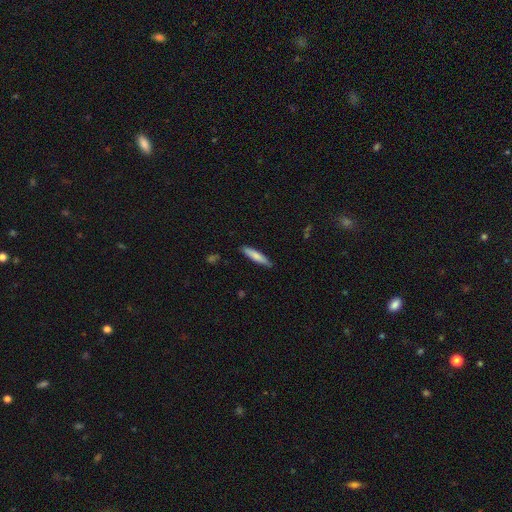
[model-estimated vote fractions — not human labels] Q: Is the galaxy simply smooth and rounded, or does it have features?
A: smooth — 77%.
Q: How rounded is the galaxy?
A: cigar-shaped — 86%.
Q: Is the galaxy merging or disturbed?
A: none — 87%.